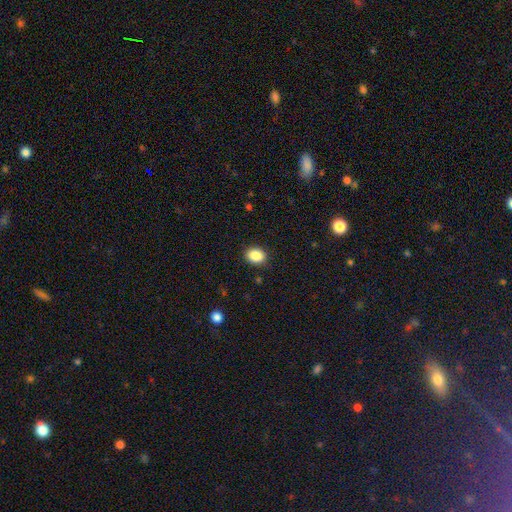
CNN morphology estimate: A smooth galaxy with no disk features (88%) that is in between round and cigar-shaped (61%). Merging: none (89%).